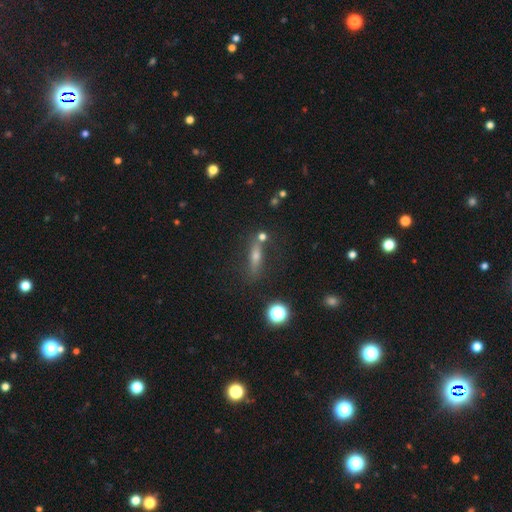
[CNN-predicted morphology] A featured or disk galaxy (43%).

Vote fractions:
- Smooth or featured? featured or disk: 43% / smooth: 40% / star or artifact: 17%
- Merging? none: 71% / minor disturbance: 13% / merger: 10% / major disturbance: 6%